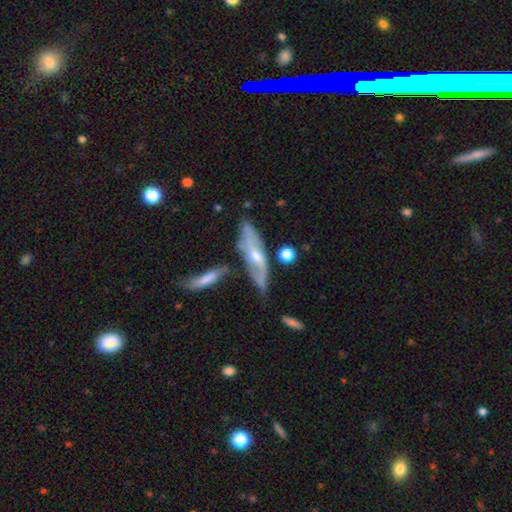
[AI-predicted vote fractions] Overall: featured or disk (67%). Edge-on disk: no (58%; yes 42%). Merging: none (53%; minor disturbance 23%).